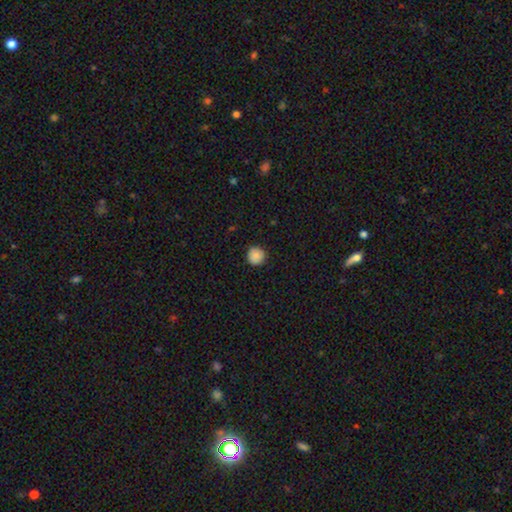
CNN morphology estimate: Smooth or featured? smooth (88%)
How rounded? round (94%)
Merging? none (90%)